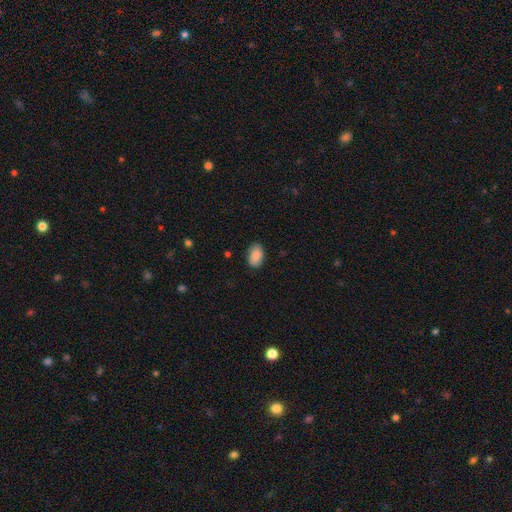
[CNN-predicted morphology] Overall: smooth (86%). How rounded: in between (90%). Merging: none (84%).